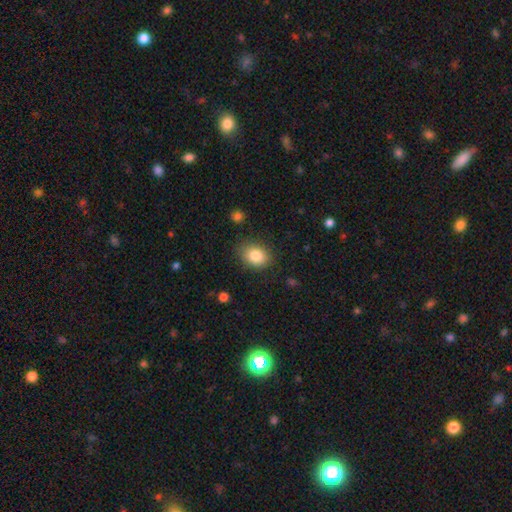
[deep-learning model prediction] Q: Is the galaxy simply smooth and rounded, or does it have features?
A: smooth — 84%.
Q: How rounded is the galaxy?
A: in between — 66%.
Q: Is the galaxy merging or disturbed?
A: none — 82%.